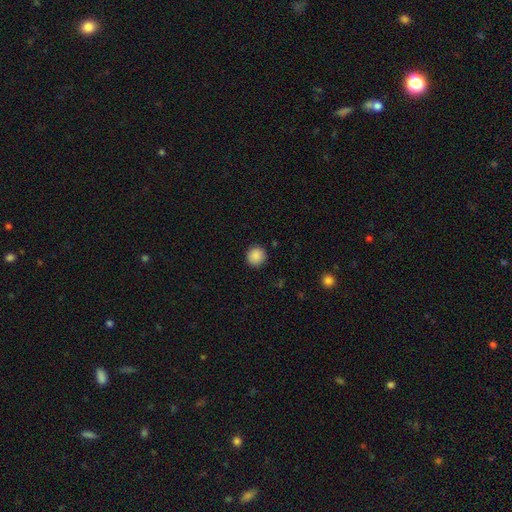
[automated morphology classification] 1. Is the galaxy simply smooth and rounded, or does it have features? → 88% smooth, 9% star or artifact, 3% featured or disk.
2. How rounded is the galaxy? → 93% round, 6% in between, 1% cigar-shaped.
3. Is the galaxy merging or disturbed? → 91% none, 6% minor disturbance, 2% major disturbance, 1% merger.